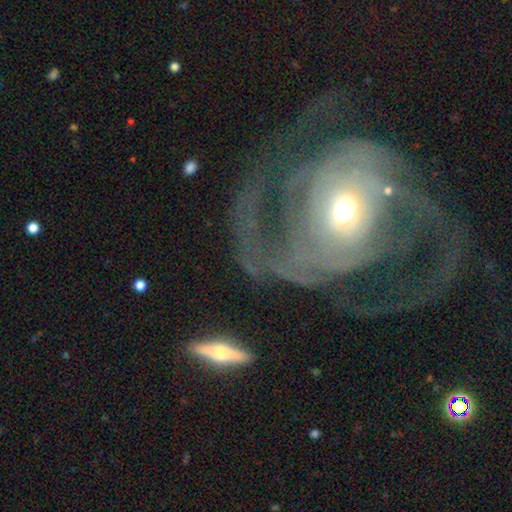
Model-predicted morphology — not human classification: smooth-or-featured: featured or disk: 81% | smooth: 12% | star or artifact: 7%
  disk-edge-on: no: 94% | yes: 6%
    bar: no: 58% | weak: 26% | strong: 16%
    has-spiral-arms: yes: 84% | no: 16%
      spiral-winding: medium: 40% | loose: 30% | tight: 30%
      spiral-arm-count: 2: 60% | can't tell: 16% | 3: 8% | 1: 7% | 4: 4% | more than 4: 4%
    bulge-size: moderate: 60% | small: 28% | large: 8% | dominant: 2% | none: 2%
  merging: none: 47% | major disturbance: 32% | minor disturbance: 15% | merger: 6%